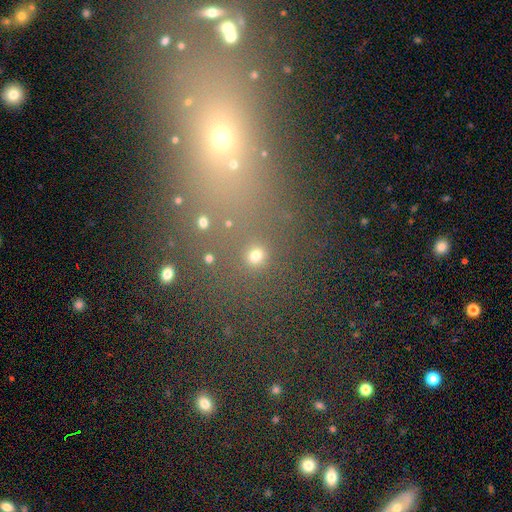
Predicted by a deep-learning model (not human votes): smooth_or_featured: smooth (p=0.67) [alt: star or artifact p=0.26]
how_rounded: round (p=0.86) [alt: in between p=0.12]
merging: none (p=0.79) [alt: minor disturbance p=0.08]